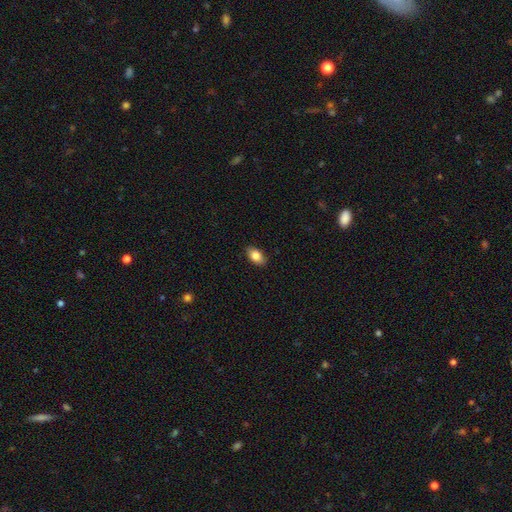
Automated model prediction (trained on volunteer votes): This is clearly a smooth galaxy (83%). How rounded: clearly in between (90%). Merging: clearly none (88%).